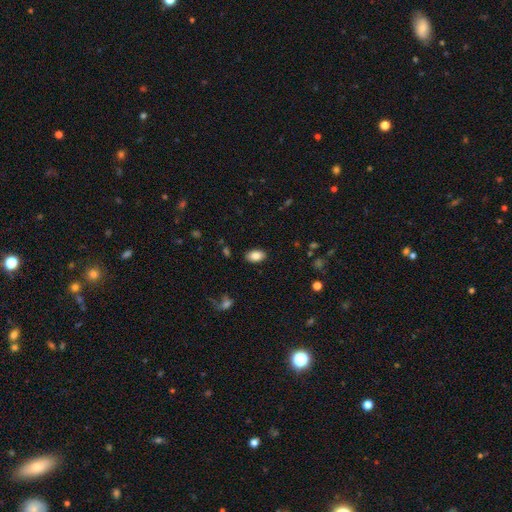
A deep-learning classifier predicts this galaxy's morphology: type=smooth (85%); roundness=in between (91%); merging=none (88%).